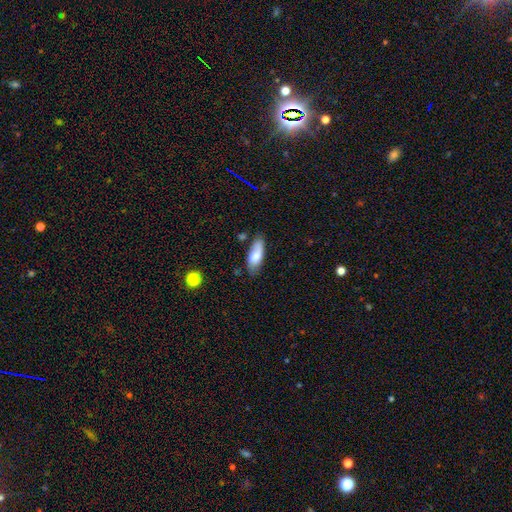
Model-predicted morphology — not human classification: Overall: smooth (72%). How rounded: in between (76%). Merging: none (68%).